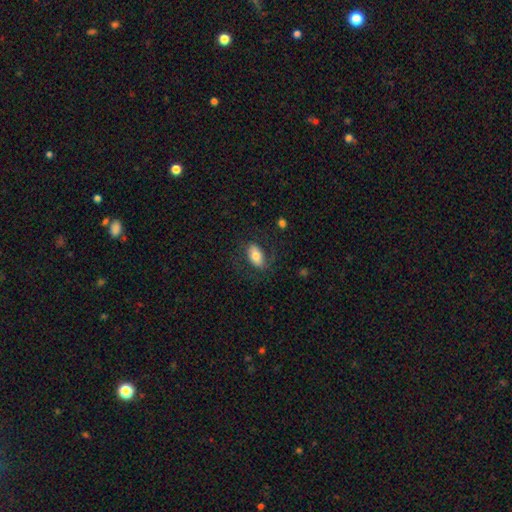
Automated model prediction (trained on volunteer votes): Q: Smooth or featured?
A: smooth (69%); runner-up: featured or disk (24%)
Q: How rounded?
A: in between (91%); runner-up: round (5%)
Q: Merging?
A: none (72%); runner-up: minor disturbance (16%)